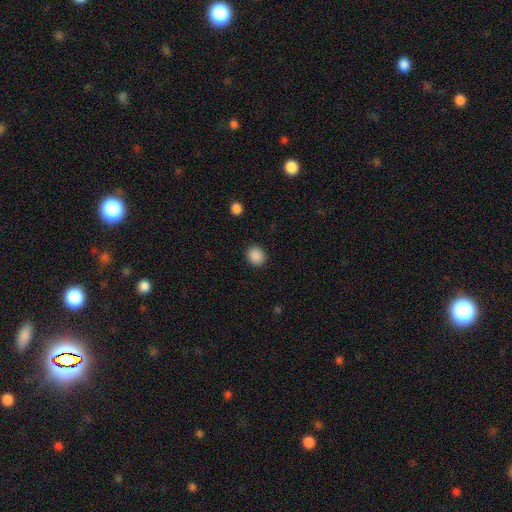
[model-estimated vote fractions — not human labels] Overall: smooth (88%). How rounded: round (76%). Merging: none (90%).